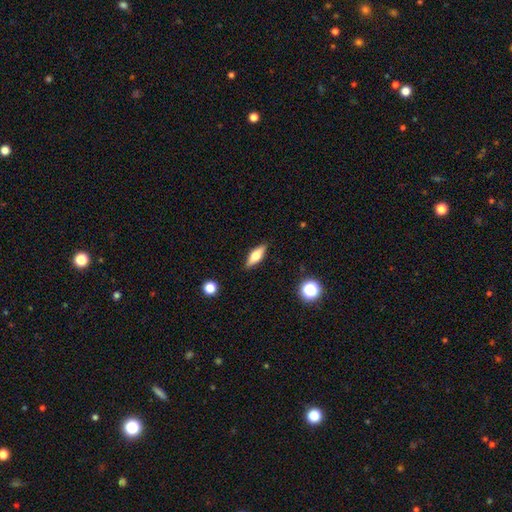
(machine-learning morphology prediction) Smooth or featured? Predicted: smooth (p=0.49). Merging? Predicted: none (p=0.87).